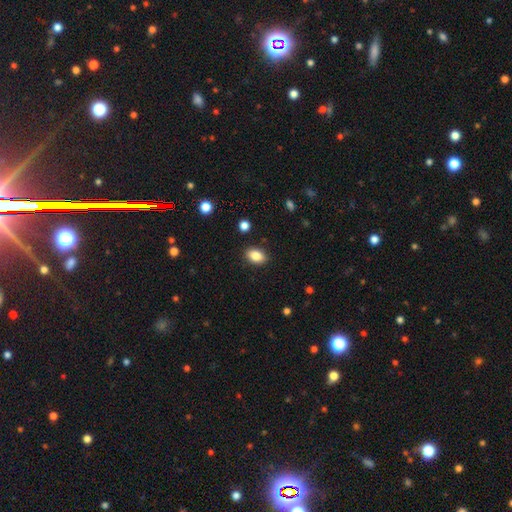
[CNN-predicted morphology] Overall: smooth (85%). How rounded: in between (85%). Merging: none (88%).